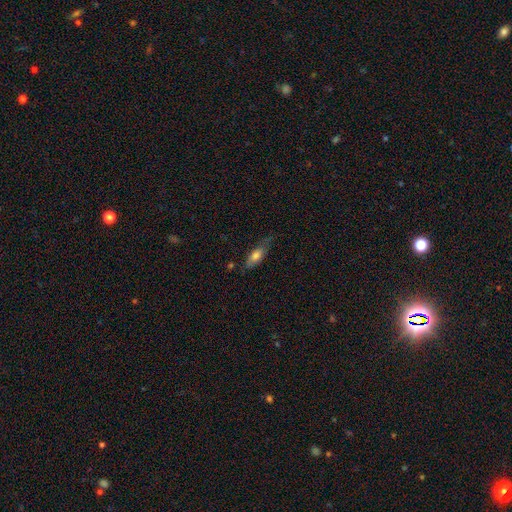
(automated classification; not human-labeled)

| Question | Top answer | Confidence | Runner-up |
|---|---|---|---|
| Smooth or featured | smooth | 67% | featured or disk (26%) |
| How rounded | in between | 66% | cigar-shaped (31%) |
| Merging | none | 57% | minor disturbance (30%) |